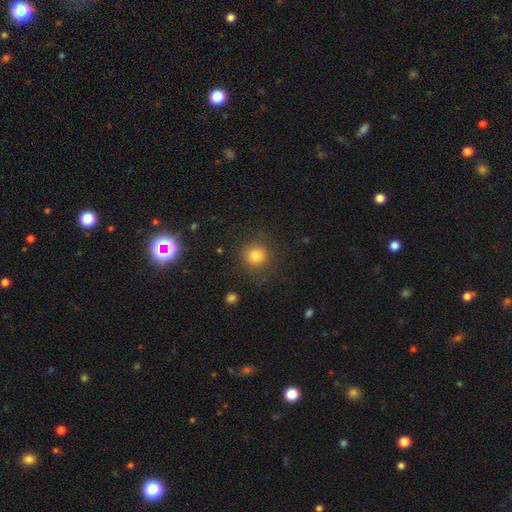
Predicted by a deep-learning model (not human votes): A smooth galaxy with no disk features (82%) that is round (91%). Merging: none (83%).